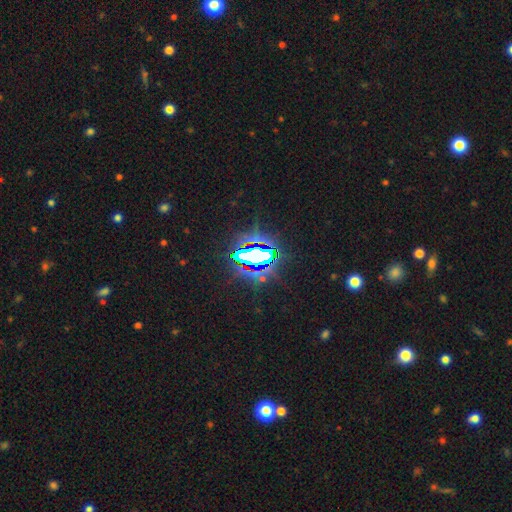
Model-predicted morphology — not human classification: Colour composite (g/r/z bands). It shows a star or artifact, not a galaxy (71%).